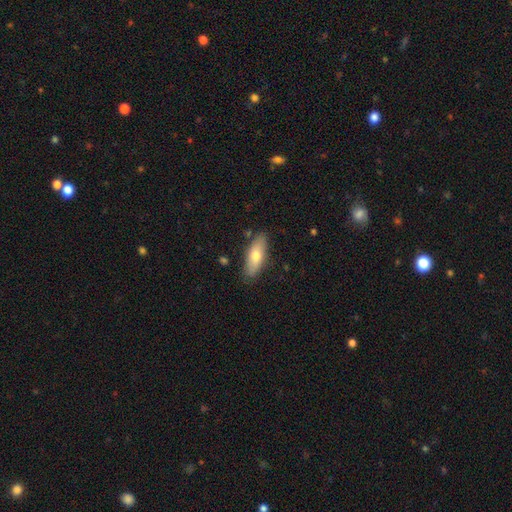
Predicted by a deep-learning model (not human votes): smooth-or-featured: smooth: 69% | featured or disk: 25% | star or artifact: 6%
  how-rounded: in between: 66% | cigar-shaped: 31% | round: 3%
  merging: none: 84% | minor disturbance: 12% | major disturbance: 2% | merger: 2%